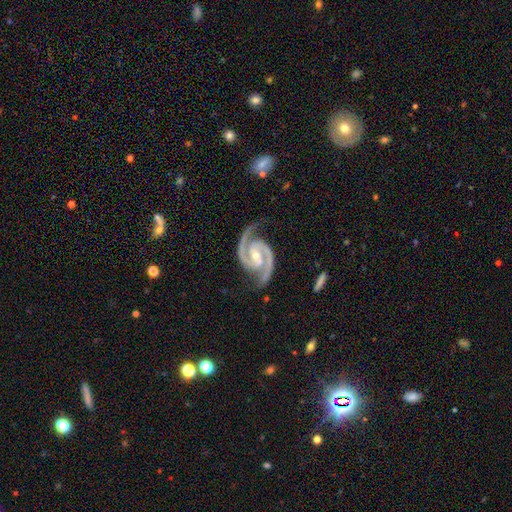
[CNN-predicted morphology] This is clearly a featured or disk galaxy (94%). It is clearly not viewed edge-on (98%). Bar: marginally no (40%). Spiral arm pattern: clearly yes (99%). Spiral arm count: clearly 2 (94%). Spiral winding: likely medium (60%). Central bulge: possibly small (54%). Merging: clearly none (80%).